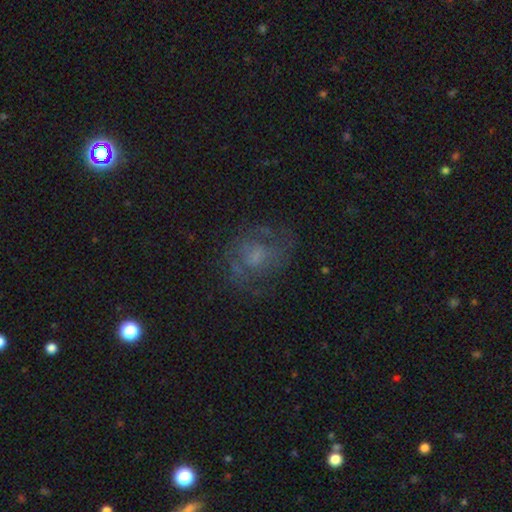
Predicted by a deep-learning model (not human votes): Overall: featured or disk (54%; smooth 32%). Edge-on disk: no (97%). Bar: no (69%). Spiral arms: yes (60%; no 40%). Bulge size: small (33%; moderate 30%). Merging: none (60%).